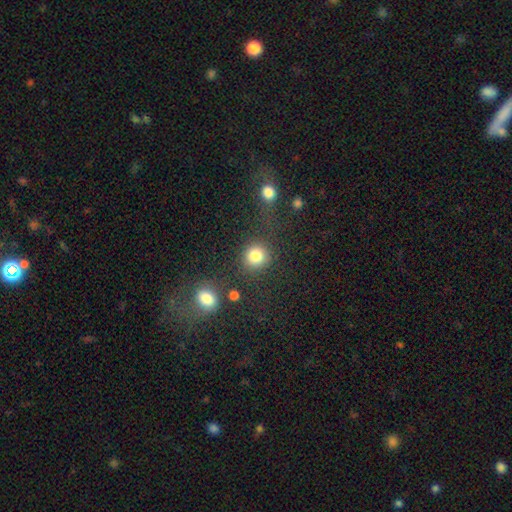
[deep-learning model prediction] Overall: smooth (84%). How rounded: round (88%). Merging: none (79%).